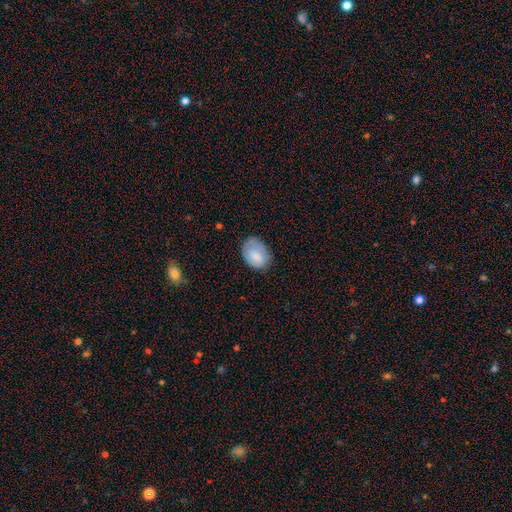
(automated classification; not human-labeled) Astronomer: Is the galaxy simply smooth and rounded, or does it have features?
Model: smooth — 78%.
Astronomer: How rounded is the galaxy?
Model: in between — 79%.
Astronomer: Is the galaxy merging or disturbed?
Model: none — 63%.